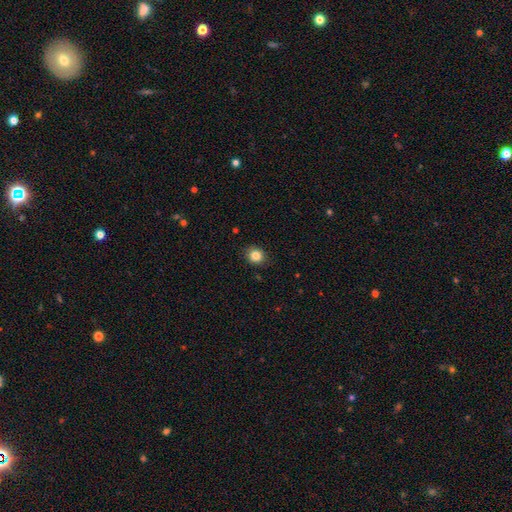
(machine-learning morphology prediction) The model was most divided on "how rounded": round: 79%, in between: 20%, cigar-shaped: 1%. More confident: merging — none (88%); smooth or featured — smooth (84%).